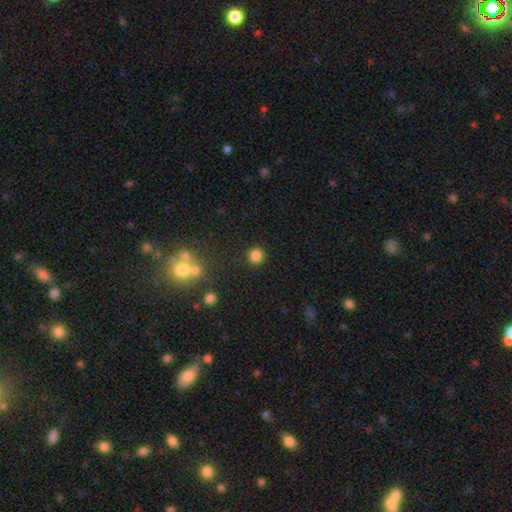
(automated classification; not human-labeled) Overall: smooth (83%). How rounded: round (93%). Merging: none (90%).